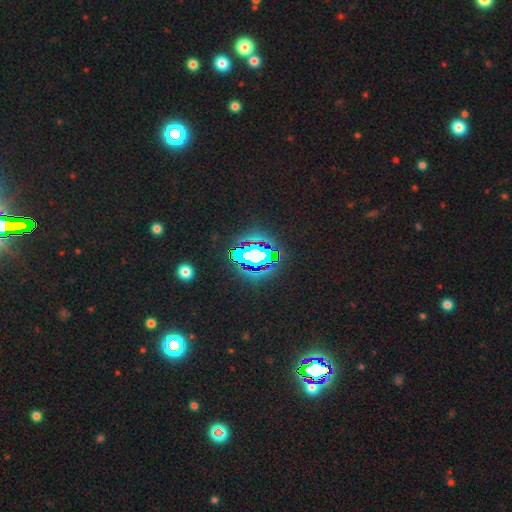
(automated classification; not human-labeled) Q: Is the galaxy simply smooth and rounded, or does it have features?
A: star or artifact — 66%.